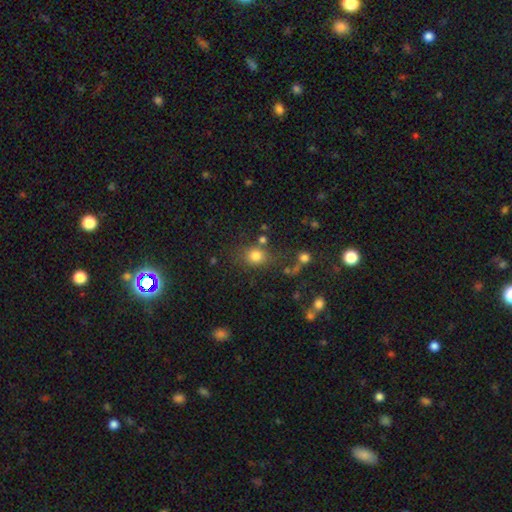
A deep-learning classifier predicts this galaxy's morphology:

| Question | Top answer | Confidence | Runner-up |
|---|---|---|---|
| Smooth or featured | smooth | 80% | star or artifact (13%) |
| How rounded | round | 72% | in between (27%) |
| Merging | none | 68% | minor disturbance (13%) |